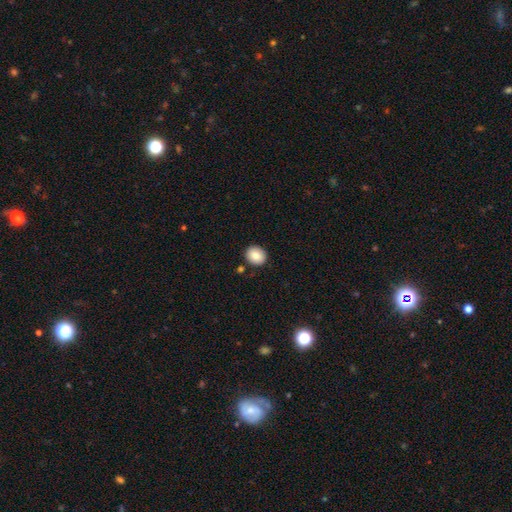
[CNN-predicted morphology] smooth-or-featured: smooth: 86% | star or artifact: 8% | featured or disk: 6%
  how-rounded: round: 66% | in between: 33% | cigar-shaped: 1%
  merging: none: 87% | minor disturbance: 8% | merger: 3% | major disturbance: 2%